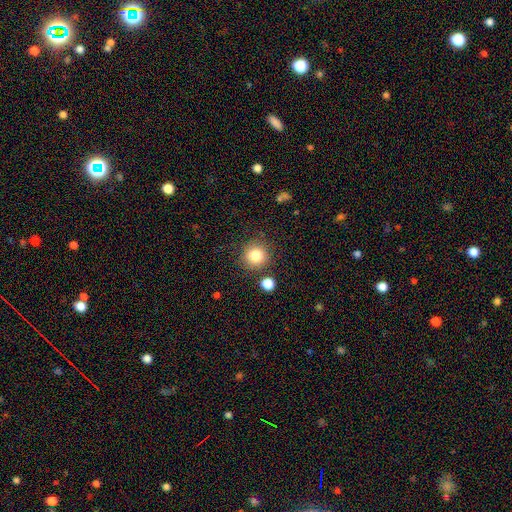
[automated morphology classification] smooth 83%, star or artifact 11%, featured or disk 7%. Down the decision tree: how rounded — round (93%); merging — none (83%).